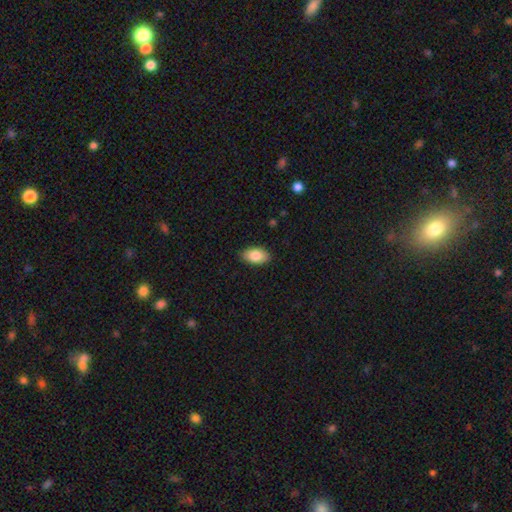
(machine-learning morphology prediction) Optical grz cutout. It shows a smooth galaxy with no disk features (84%) that is in between round and cigar-shaped (93%). Merging: none (87%).